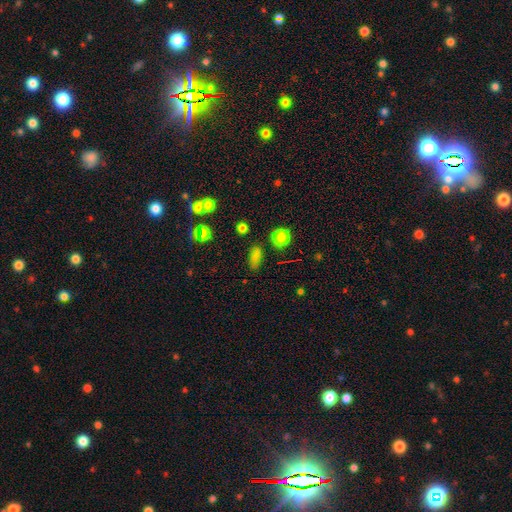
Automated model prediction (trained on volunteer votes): The model was most divided on "how rounded": in between: 70%, cigar-shaped: 17%, round: 12%. More confident: merging — none (80%); smooth or featured — smooth (75%).